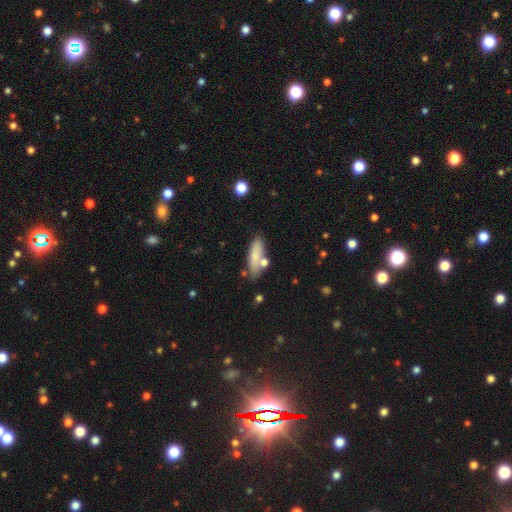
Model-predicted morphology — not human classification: This is likely a smooth galaxy (79%). How rounded: possibly in between (51%). Merging: likely none (68%).